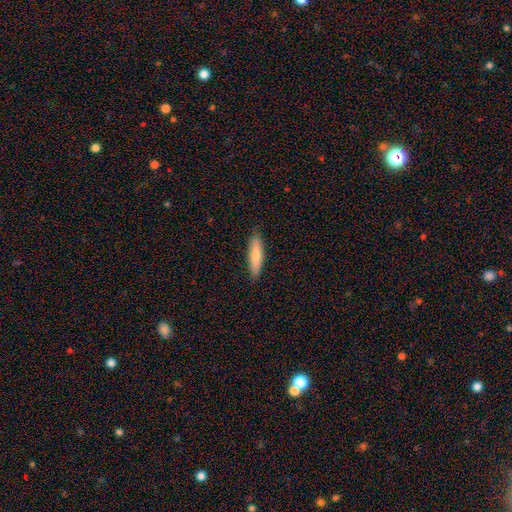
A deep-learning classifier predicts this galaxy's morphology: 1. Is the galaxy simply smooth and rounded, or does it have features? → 77% smooth, 18% featured or disk, 5% star or artifact.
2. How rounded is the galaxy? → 77% cigar-shaped, 22% in between, 1% round.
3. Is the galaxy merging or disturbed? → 88% none, 9% minor disturbance, 2% major disturbance, 1% merger.